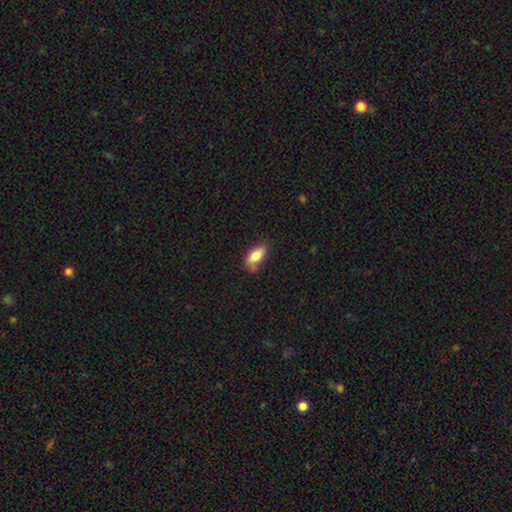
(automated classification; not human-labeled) A smooth galaxy with no disk features (82%) that is in between round and cigar-shaped (87%). Merging: none (62%).